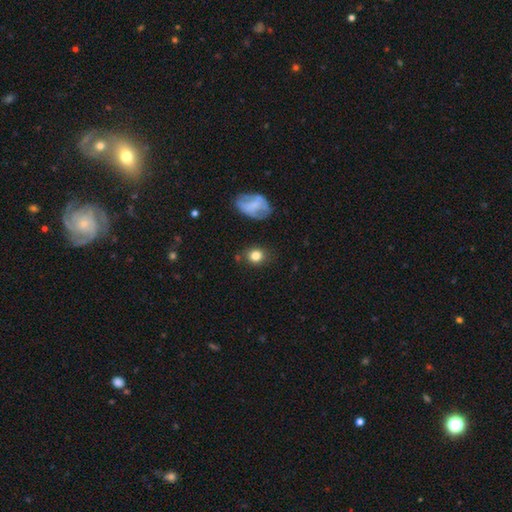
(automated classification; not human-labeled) Smooth or featured? Predicted: smooth (p=0.80). How rounded? Predicted: round (p=0.70). Merging? Predicted: none (p=0.79).